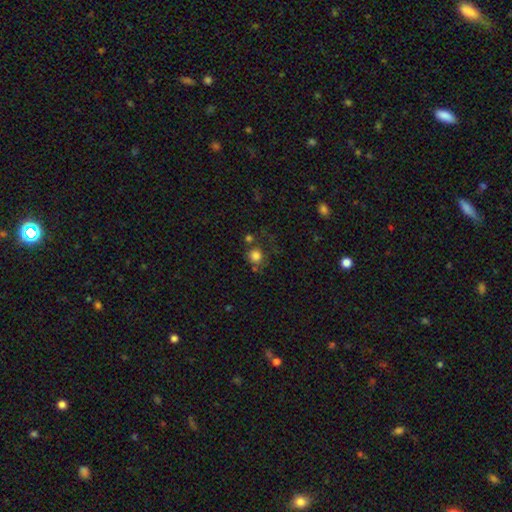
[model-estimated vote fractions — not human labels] A smooth galaxy with no disk features (79%) that is round (89%).

Vote fractions:
- Smooth or featured? smooth: 79% / star or artifact: 12% / featured or disk: 8%
- How rounded? round: 89% / in between: 10% / cigar-shaped: 1%
- Merging? none: 56% / merger: 16% / minor disturbance: 15% / major disturbance: 13%